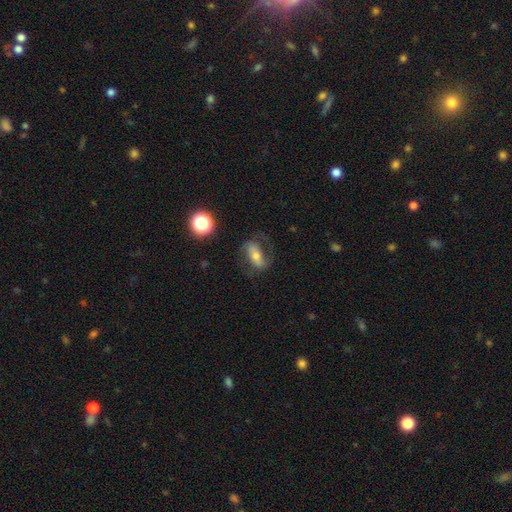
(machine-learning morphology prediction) A featured or disk galaxy (55%). Merging: none (64%).